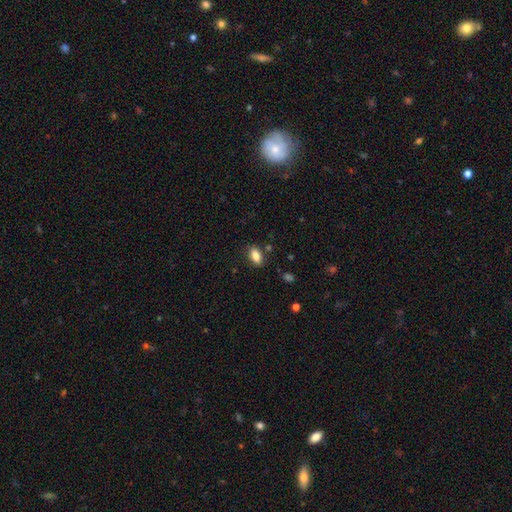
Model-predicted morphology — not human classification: Q: Smooth or featured?
A: smooth (84%); runner-up: star or artifact (8%)
Q: How rounded?
A: in between (88%); runner-up: cigar-shaped (6%)
Q: Merging?
A: none (83%); runner-up: minor disturbance (12%)